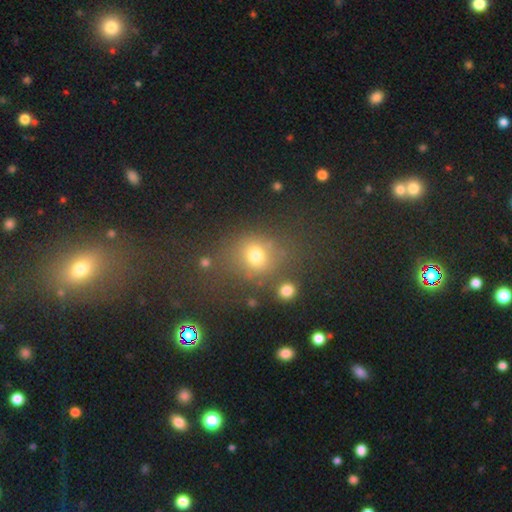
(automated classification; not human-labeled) Smooth or featured?
  - smooth: 69% *
  - star or artifact: 20%
  - featured or disk: 11%
How rounded?
  - round: 65% *
  - in between: 33%
  - cigar-shaped: 2%
Merging?
  - none: 65% *
  - minor disturbance: 15%
  - merger: 10%
  - major disturbance: 10%